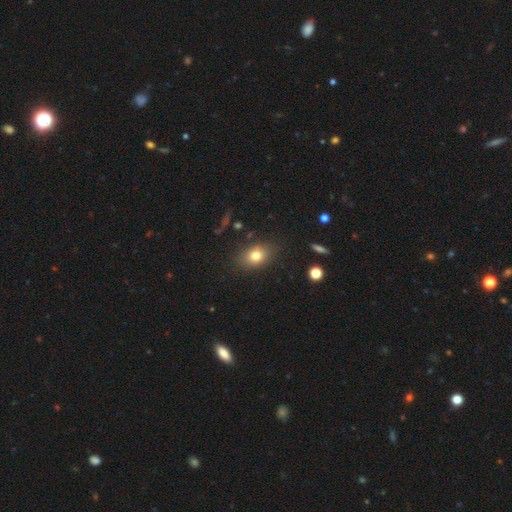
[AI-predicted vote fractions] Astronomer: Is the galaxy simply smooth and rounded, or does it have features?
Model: smooth — 78%.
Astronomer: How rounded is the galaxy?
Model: in between — 66%.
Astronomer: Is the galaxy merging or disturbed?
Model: none — 82%.